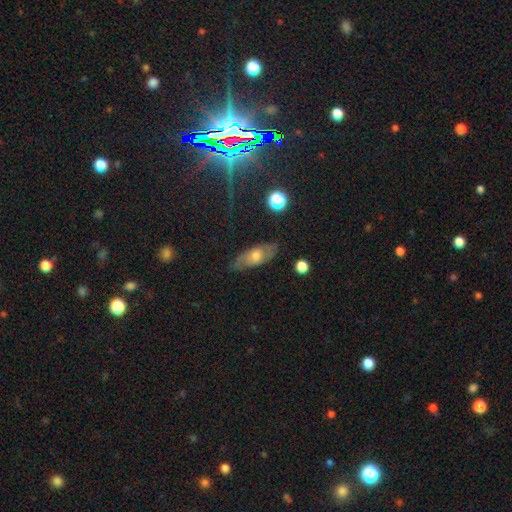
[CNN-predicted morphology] A featured or disk galaxy (47%). Merging: none (78%).